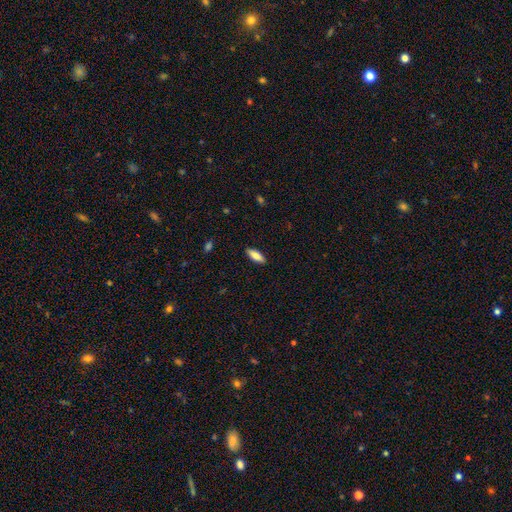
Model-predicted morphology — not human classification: Smooth or featured? smooth (82%)
How rounded? in between (67%)
Merging? none (89%)